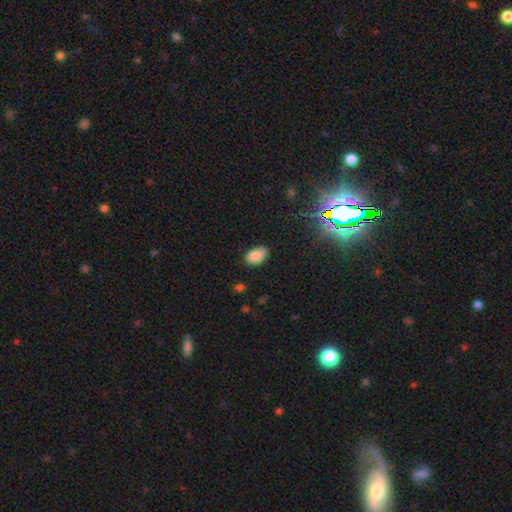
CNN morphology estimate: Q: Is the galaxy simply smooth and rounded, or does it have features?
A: smooth — 84%.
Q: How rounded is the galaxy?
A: in between — 89%.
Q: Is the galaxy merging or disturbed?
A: none — 73%.